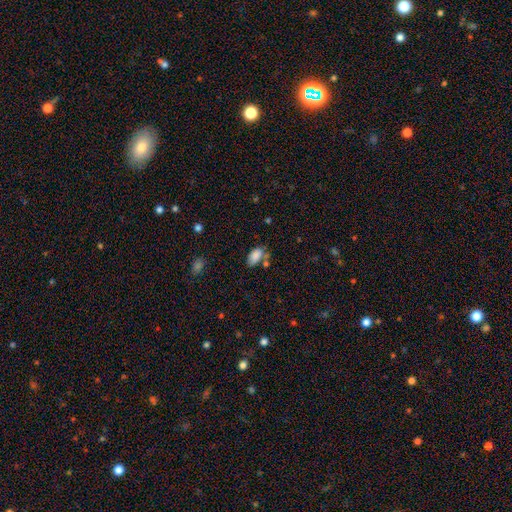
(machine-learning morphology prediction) The model was most divided on "merging": none: 56%, minor disturbance: 21%, merger: 17%, major disturbance: 7%. More confident: how rounded — in between (93%); smooth or featured — smooth (85%).